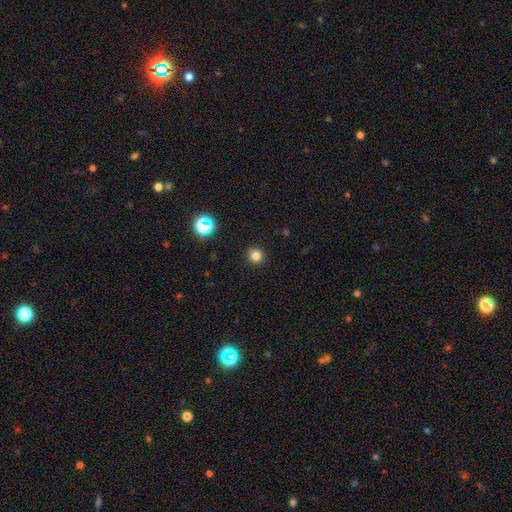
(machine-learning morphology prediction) Q: Smooth or featured?
A: smooth (79%); runner-up: star or artifact (16%)
Q: How rounded?
A: round (92%); runner-up: in between (7%)
Q: Merging?
A: none (90%); runner-up: minor disturbance (7%)